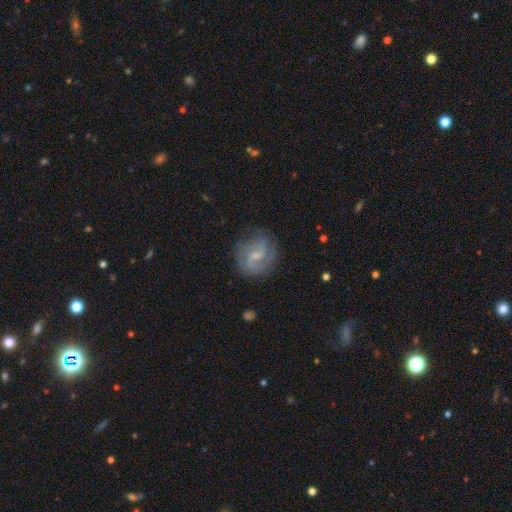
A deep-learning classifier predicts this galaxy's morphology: smooth_or_featured: featured or disk (p=0.80) [alt: smooth p=0.14]
disk_edge_on: no (p=0.98) [alt: yes p=0.02]
bar: weak (p=0.57) [alt: no p=0.30]
has_spiral_arms: yes (p=0.94) [alt: no p=0.06]
spiral_winding: medium (p=0.49) [alt: loose p=0.28]
spiral_arm_count: 2 (p=0.76) [alt: can't tell p=0.10]
bulge_size: small (p=0.62) [alt: moderate p=0.26]
merging: none (p=0.75) [alt: minor disturbance p=0.17]